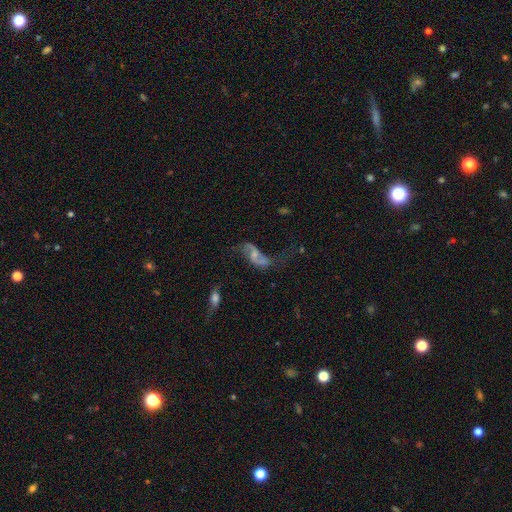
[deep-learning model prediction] smooth_or_featured: featured or disk (p=0.77) [alt: smooth p=0.14]
disk_edge_on: no (p=0.95) [alt: yes p=0.05]
bar: no (p=0.48) [alt: weak p=0.40]
has_spiral_arms: yes (p=0.88) [alt: no p=0.12]
spiral_winding: loose (p=0.75) [alt: medium p=0.20]
spiral_arm_count: 2 (p=0.90) [alt: can't tell p=0.04]
bulge_size: small (p=0.44) [alt: moderate p=0.38]
merging: none (p=0.46) [alt: major disturbance p=0.23]